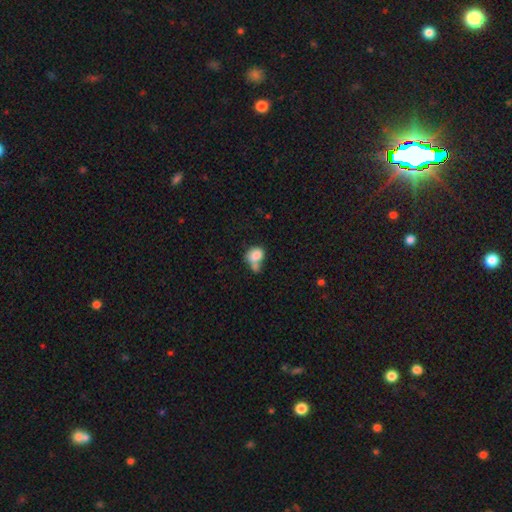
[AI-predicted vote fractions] Morphology: type=smooth (81%); roundness=in between (56%); merging=merger (50%).